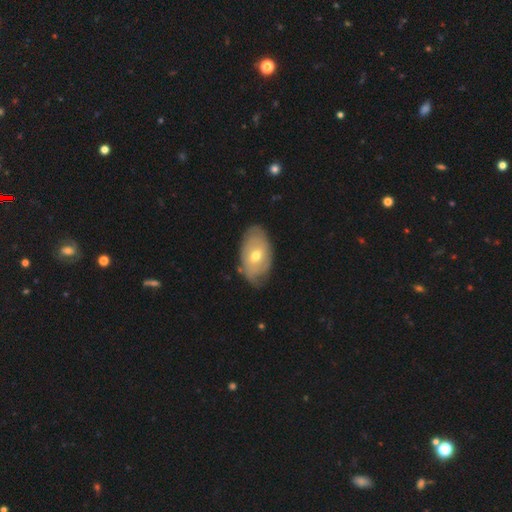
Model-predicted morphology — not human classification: This appears to be a featured or disk galaxy (48%). Merging: none (69%).